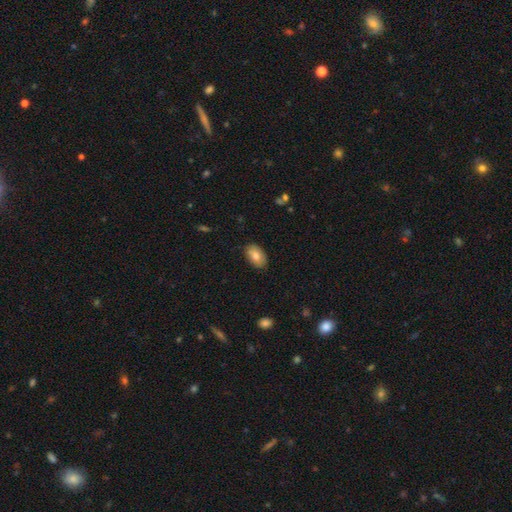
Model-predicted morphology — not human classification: Smooth or featured? smooth (75%)
How rounded? in between (90%)
Merging? none (85%)